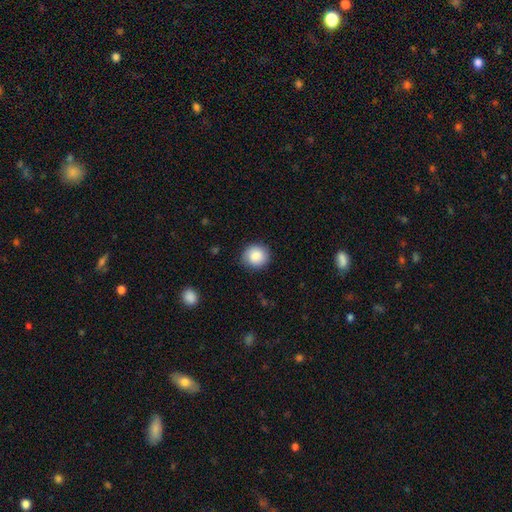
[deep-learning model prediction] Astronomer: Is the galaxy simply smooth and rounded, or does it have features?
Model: smooth — 86%.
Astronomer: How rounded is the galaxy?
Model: round — 91%.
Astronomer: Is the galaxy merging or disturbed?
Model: none — 85%.